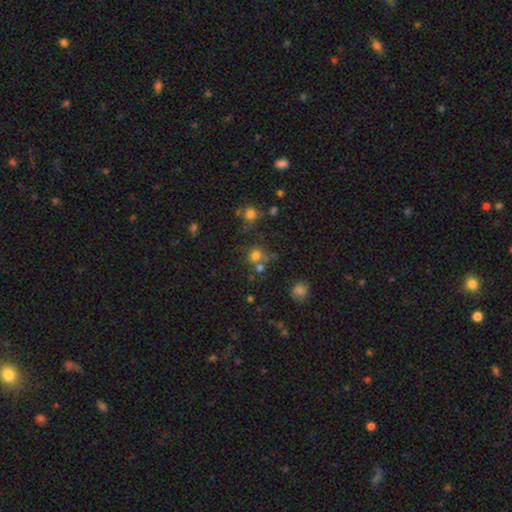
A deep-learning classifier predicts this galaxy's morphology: This appears to be a smooth galaxy with no disk features (70%) that is round (89%). Merging: none (59%).